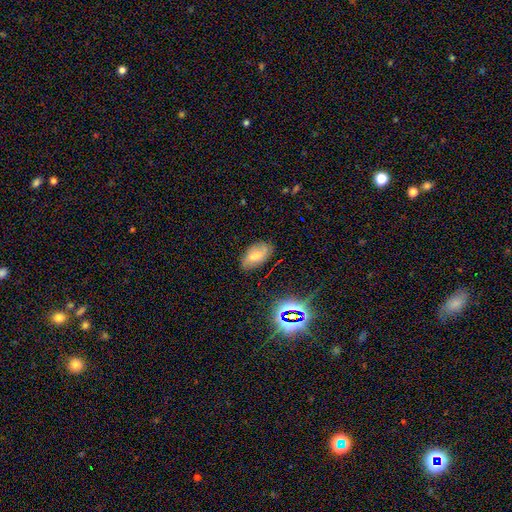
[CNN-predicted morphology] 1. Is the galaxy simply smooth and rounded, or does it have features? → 62% smooth, 23% featured or disk, 15% star or artifact.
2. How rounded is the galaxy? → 93% in between, 5% round, 3% cigar-shaped.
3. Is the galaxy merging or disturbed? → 76% none, 18% minor disturbance, 5% major disturbance, 2% merger.